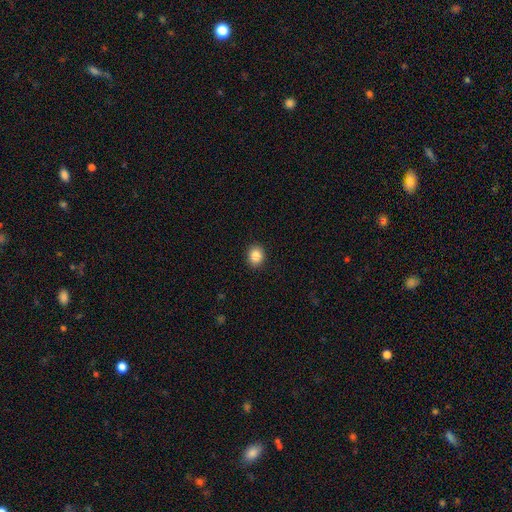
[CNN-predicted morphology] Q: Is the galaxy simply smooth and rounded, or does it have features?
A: smooth — 86%.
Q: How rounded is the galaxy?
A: round — 63%.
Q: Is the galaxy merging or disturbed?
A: none — 91%.